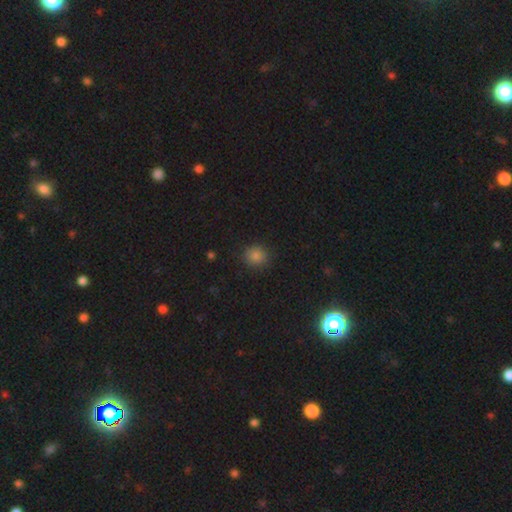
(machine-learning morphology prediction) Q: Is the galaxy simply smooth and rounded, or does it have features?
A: smooth — 82%.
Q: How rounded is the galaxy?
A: round — 86%.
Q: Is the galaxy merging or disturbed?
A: none — 89%.